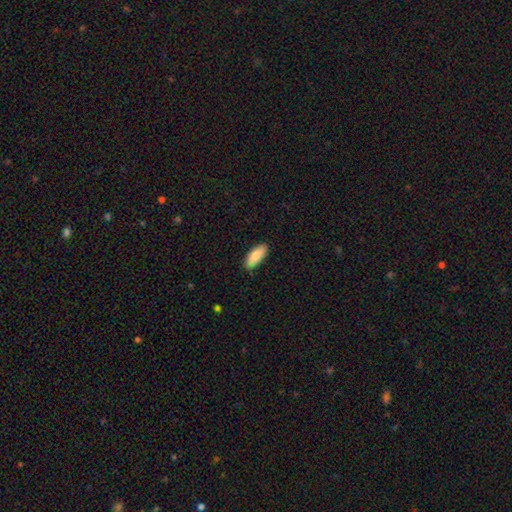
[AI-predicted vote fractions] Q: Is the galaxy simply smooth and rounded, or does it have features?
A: smooth — 86%.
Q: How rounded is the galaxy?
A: in between — 81%.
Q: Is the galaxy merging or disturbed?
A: none — 88%.